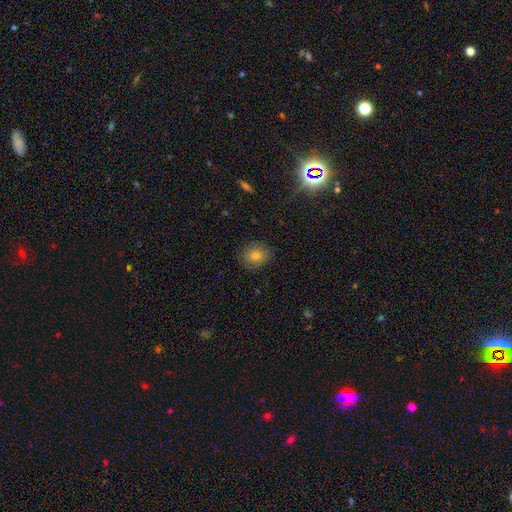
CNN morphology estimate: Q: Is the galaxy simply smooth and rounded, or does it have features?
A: smooth — 79%.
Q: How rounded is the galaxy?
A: round — 70%.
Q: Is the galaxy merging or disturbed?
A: none — 86%.